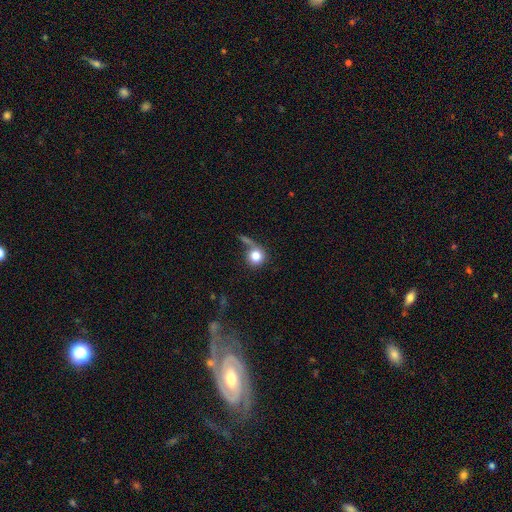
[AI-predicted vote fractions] Smooth or featured? smooth (80%)
How rounded? round (90%)
Merging? none (49%)